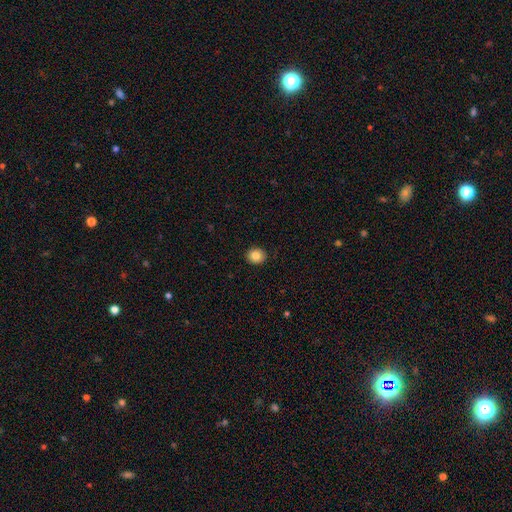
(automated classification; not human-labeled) A smooth galaxy with no disk features (83%) that is round (77%). Merging: none (91%).